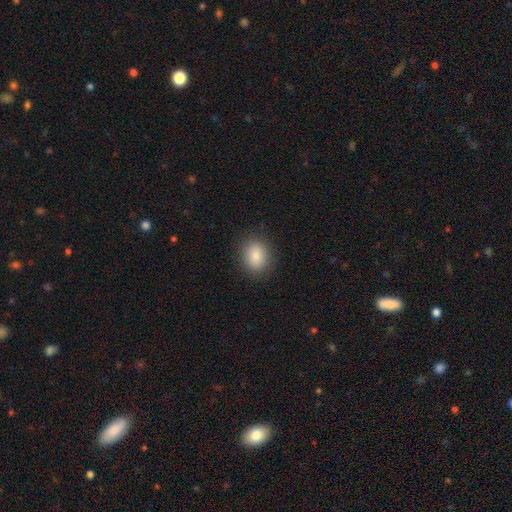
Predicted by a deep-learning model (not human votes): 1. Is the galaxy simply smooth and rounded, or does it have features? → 85% smooth, 9% star or artifact, 6% featured or disk.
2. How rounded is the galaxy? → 55% round, 44% in between, 1% cigar-shaped.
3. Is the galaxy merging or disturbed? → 88% none, 8% minor disturbance, 3% major disturbance, 1% merger.